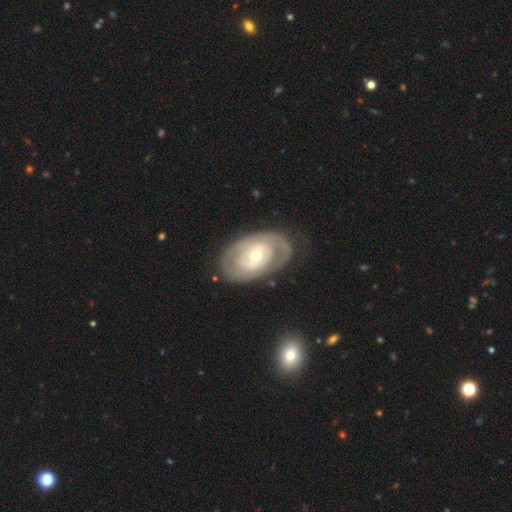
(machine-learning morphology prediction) Smooth or featured?
  - featured or disk: 72% *
  - smooth: 23%
  - star or artifact: 5%
Edge-on disk?
  - no: 94% *
  - yes: 6%
Bar?
  - no: 66% *
  - weak: 25%
  - strong: 9%
Spiral arms?
  - yes: 55% *
  - no: 45%
Bulge size?
  - moderate: 57% *
  - small: 38%
  - large: 3%
  - dominant: 1%
  - none: 1%
Merging?
  - none: 74% *
  - minor disturbance: 17%
  - major disturbance: 8%
  - merger: 2%